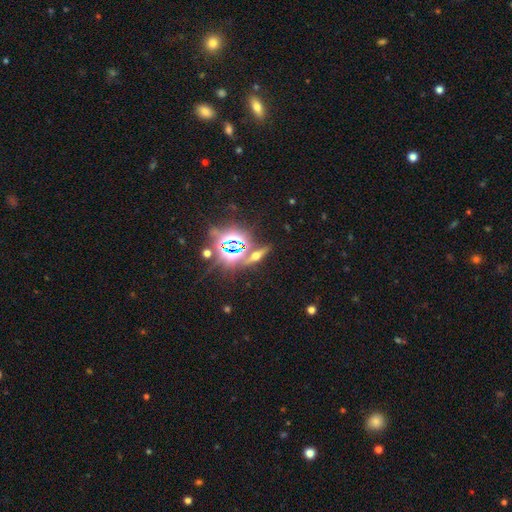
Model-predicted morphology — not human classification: type=star or artifact (41%).